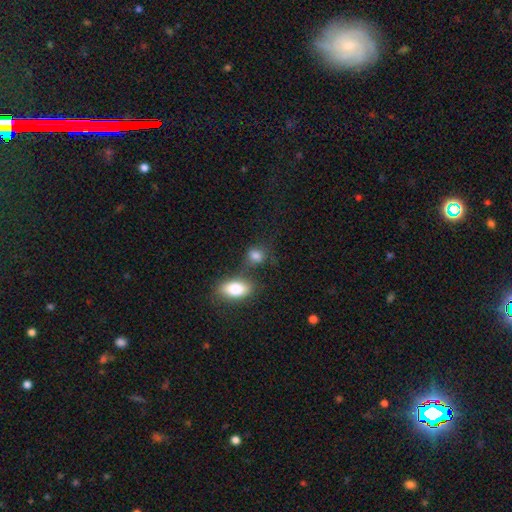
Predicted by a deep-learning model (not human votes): Smooth or featured?
  - smooth: 81% *
  - star or artifact: 11%
  - featured or disk: 8%
How rounded?
  - in between: 57% *
  - round: 40%
  - cigar-shaped: 3%
Merging?
  - none: 56% *
  - merger: 20%
  - minor disturbance: 16%
  - major disturbance: 8%